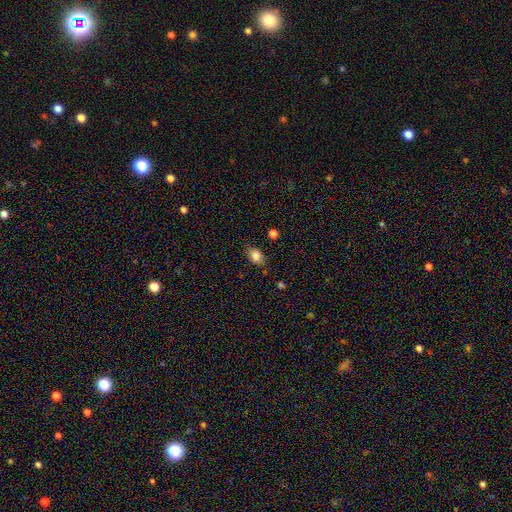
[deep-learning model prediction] A smooth galaxy with no disk features (83%) that is in between round and cigar-shaped (79%).

Vote fractions:
- Smooth or featured? smooth: 83% / star or artifact: 10% / featured or disk: 8%
- How rounded? in between: 79% / round: 19% / cigar-shaped: 2%
- Merging? none: 78% / minor disturbance: 17% / major disturbance: 3% / merger: 2%